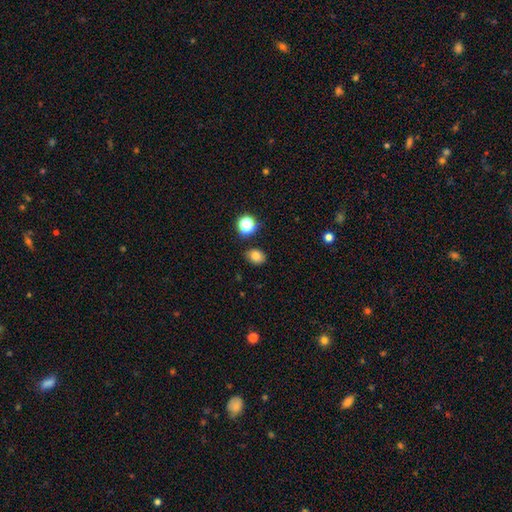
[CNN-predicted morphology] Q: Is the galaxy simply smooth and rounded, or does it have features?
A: smooth — 80%.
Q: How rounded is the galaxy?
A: in between — 56%.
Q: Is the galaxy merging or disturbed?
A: none — 83%.